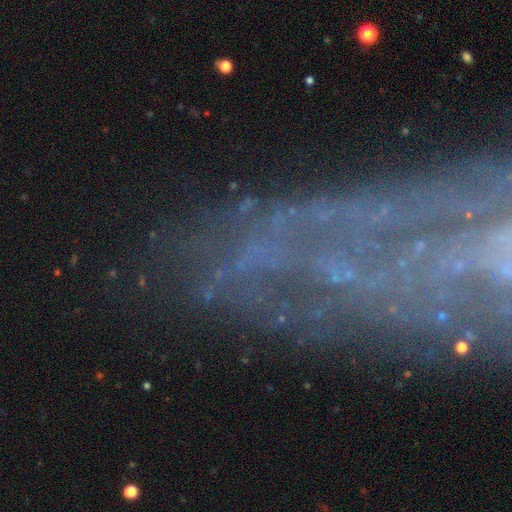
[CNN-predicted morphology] The model was most divided on "smooth or featured": featured or disk: 53%, star or artifact: 31%, smooth: 16%. More confident: edge-on disk — no (87%); merging — none (53%).